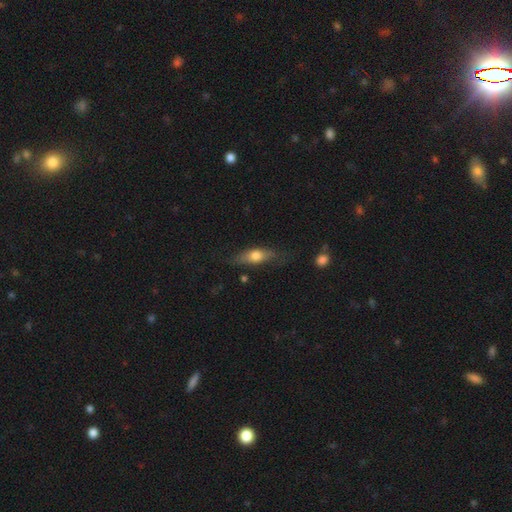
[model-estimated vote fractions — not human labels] This appears to be a smooth galaxy with no disk features (61%) that is in between round and cigar-shaped (59%). Merging: none (68%).